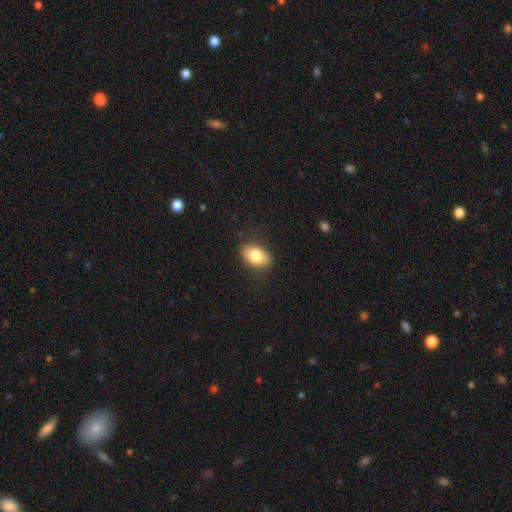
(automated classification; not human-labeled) Smooth or featured: smooth — 81% (featured or disk — 12%)
How rounded: in between — 86% (round — 13%)
Merging: none — 85% (minor disturbance — 11%)